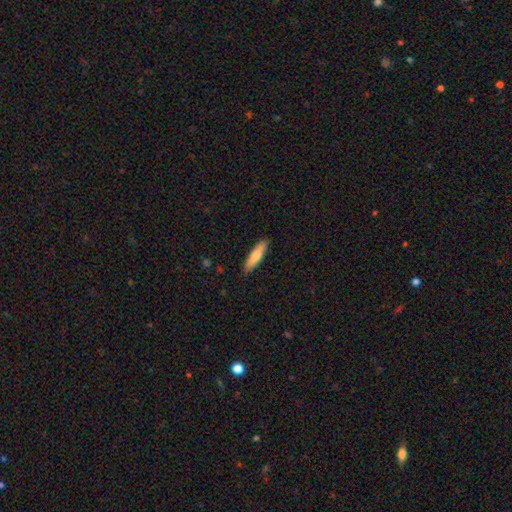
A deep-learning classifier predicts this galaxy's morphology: smooth 77%, featured or disk 18%, star or artifact 5%. Down the decision tree: how rounded — cigar-shaped (77%); merging — none (89%).